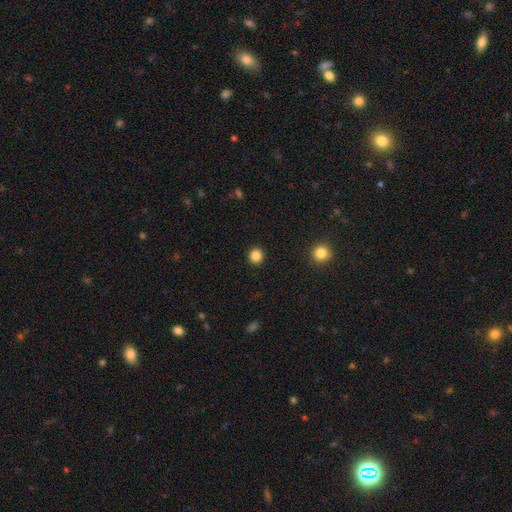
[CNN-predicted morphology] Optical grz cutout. It shows a smooth galaxy with no disk features (85%) that is round (93%). Merging: none (93%).